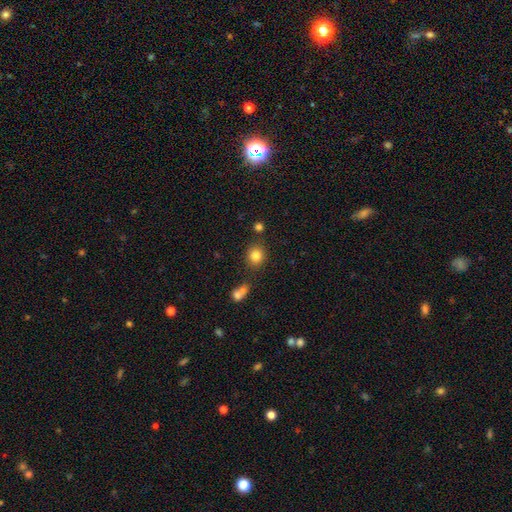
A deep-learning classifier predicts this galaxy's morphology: Smooth or featured?
  - smooth: 82% *
  - star or artifact: 11%
  - featured or disk: 7%
How rounded?
  - round: 80% *
  - in between: 19%
  - cigar-shaped: 1%
Merging?
  - none: 80% *
  - minor disturbance: 10%
  - merger: 7%
  - major disturbance: 3%